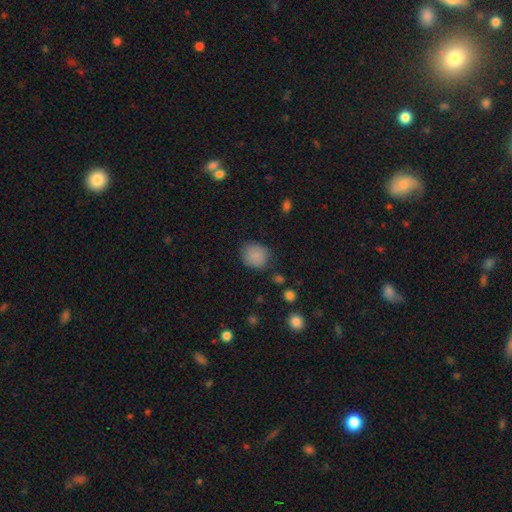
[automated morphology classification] The model was most divided on "how rounded": round: 82%, in between: 18%, cigar-shaped: 1%. More confident: smooth or featured — smooth (85%); merging — none (79%).